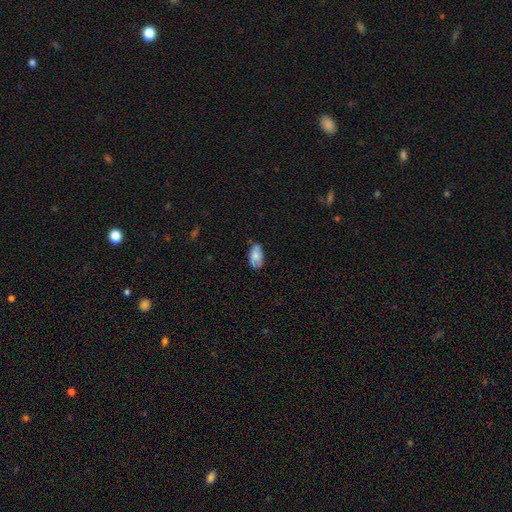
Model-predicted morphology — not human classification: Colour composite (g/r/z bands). It shows a smooth galaxy with no disk features (78%) that is in between round and cigar-shaped (94%). Merging: none (65%).